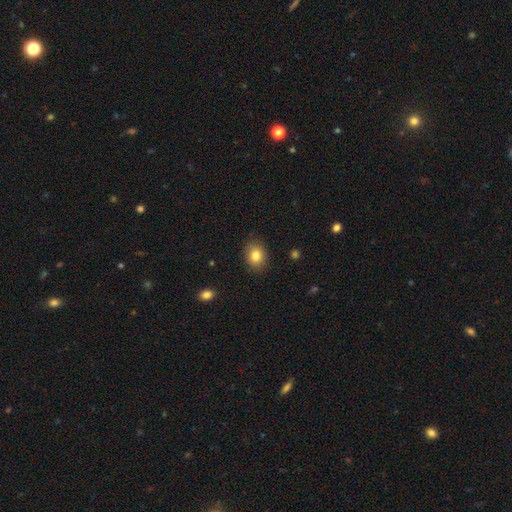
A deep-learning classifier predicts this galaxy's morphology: type=smooth (83%); roundness=in between (53%); merging=none (84%).